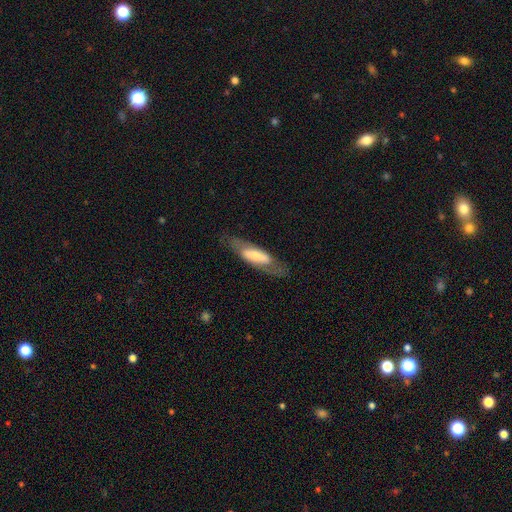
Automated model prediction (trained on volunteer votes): Smooth or featured: featured or disk — 49% (smooth — 45%)
Merging: none — 72% (minor disturbance — 17%)